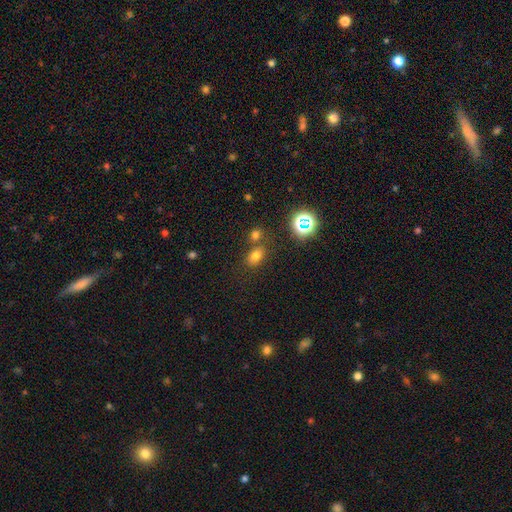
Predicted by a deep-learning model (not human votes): A smooth galaxy with no disk features (70%) that is in between round and cigar-shaped (76%). Merging: none (65%).